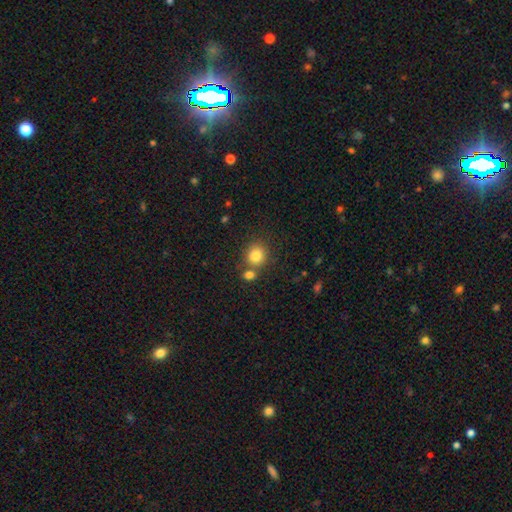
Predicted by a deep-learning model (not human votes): Q: Smooth or featured?
A: smooth (83%); runner-up: star or artifact (11%)
Q: How rounded?
A: round (80%); runner-up: in between (19%)
Q: Merging?
A: none (64%); runner-up: merger (24%)